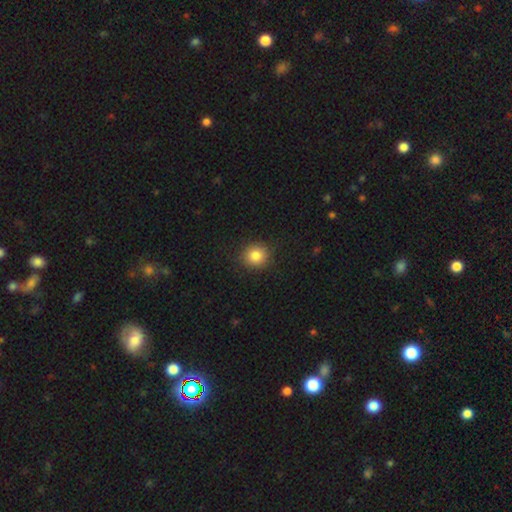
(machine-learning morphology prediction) The model was most divided on "how rounded": round: 84%, in between: 15%, cigar-shaped: 1%. More confident: merging — none (88%); smooth or featured — smooth (83%).